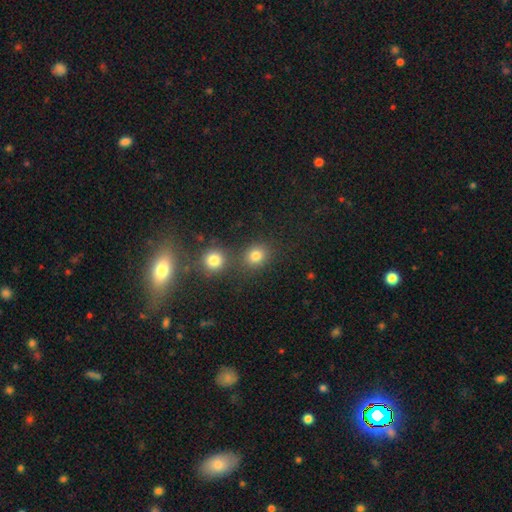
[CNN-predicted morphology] smooth 79%, star or artifact 15%, featured or disk 6%. Down the decision tree: how rounded — round (74%); merging — none (68%).